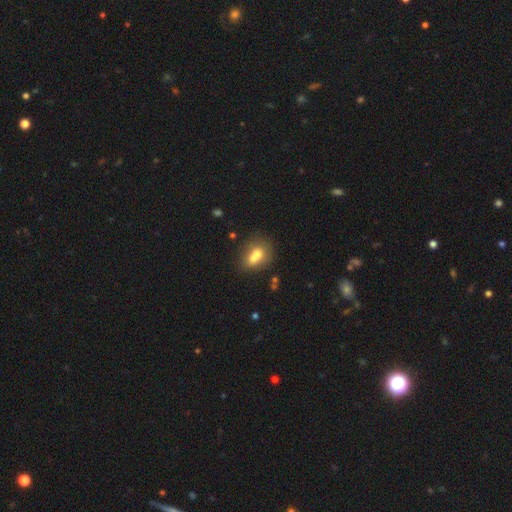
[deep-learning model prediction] Q: Smooth or featured?
A: smooth (68%); runner-up: featured or disk (22%)
Q: How rounded?
A: in between (56%); runner-up: round (41%)
Q: Merging?
A: merger (55%); runner-up: none (30%)